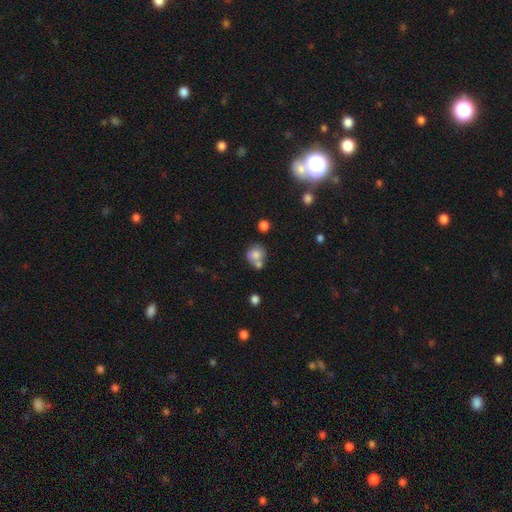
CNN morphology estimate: Smooth or featured: smooth — 75% (featured or disk — 15%)
How rounded: round — 75% (in between — 24%)
Merging: none — 43% (merger — 38%)